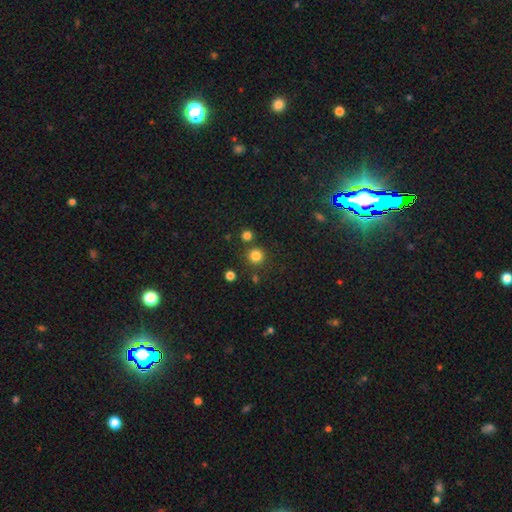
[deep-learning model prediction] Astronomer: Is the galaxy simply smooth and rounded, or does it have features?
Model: smooth — 81%.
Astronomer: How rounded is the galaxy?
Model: round — 94%.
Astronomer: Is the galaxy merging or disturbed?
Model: none — 82%.